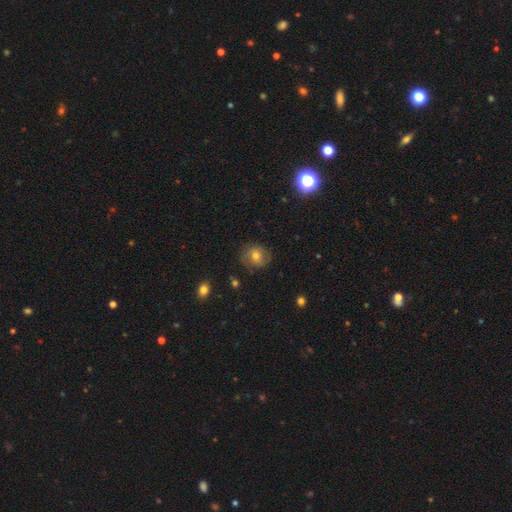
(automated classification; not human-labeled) smooth_or_featured: smooth (p=0.58) [alt: featured or disk p=0.29]
how_rounded: round (p=0.78) [alt: in between p=0.21]
merging: none (p=0.79) [alt: minor disturbance p=0.15]